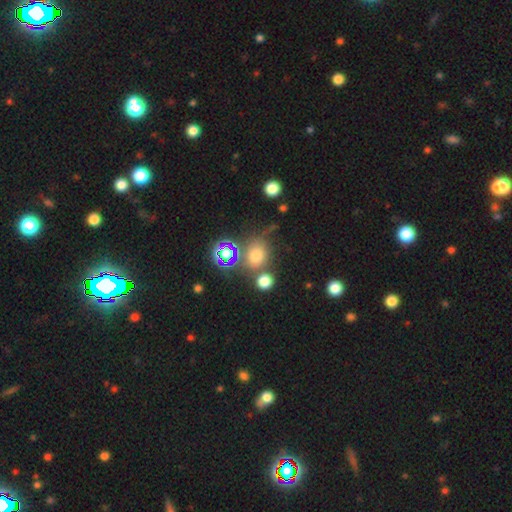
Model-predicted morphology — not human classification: Q: Smooth or featured?
A: smooth (62%); runner-up: star or artifact (27%)
Q: How rounded?
A: round (70%); runner-up: in between (29%)
Q: Merging?
A: none (57%); runner-up: merger (20%)